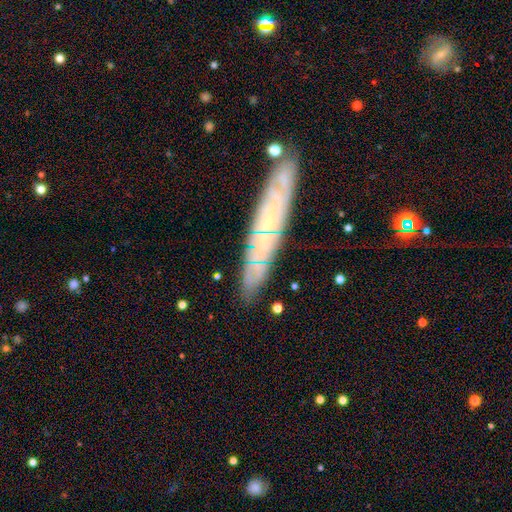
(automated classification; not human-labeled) This appears to be a featured or disk galaxy (70%). Merging: none (83%).